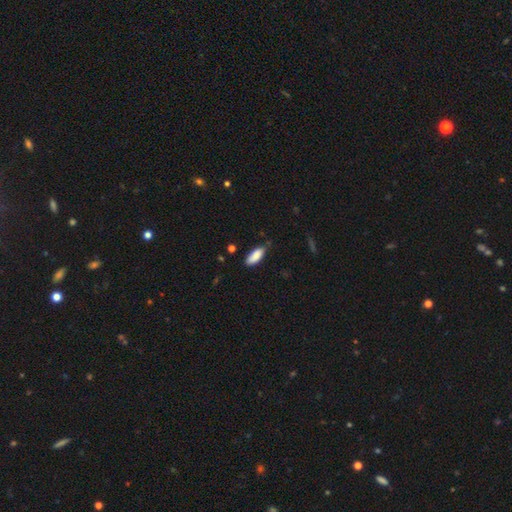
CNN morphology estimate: The model was most divided on "merging": none: 74%, minor disturbance: 20%, major disturbance: 3%, merger: 2%. More confident: smooth or featured — smooth (87%); how rounded — in between (78%).